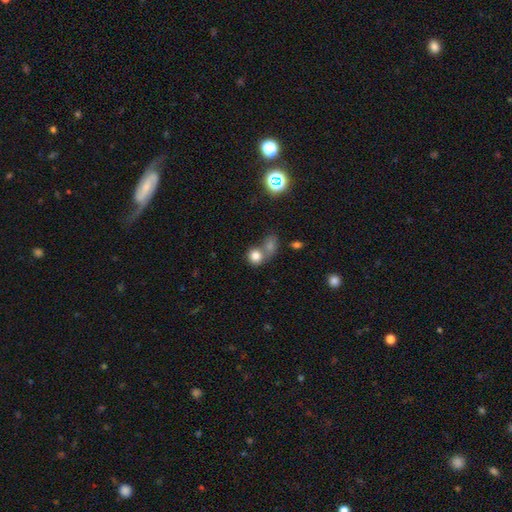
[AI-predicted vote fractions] Q: Smooth or featured?
A: smooth (78%); runner-up: star or artifact (13%)
Q: How rounded?
A: round (78%); runner-up: in between (21%)
Q: Merging?
A: merger (46%); runner-up: none (40%)